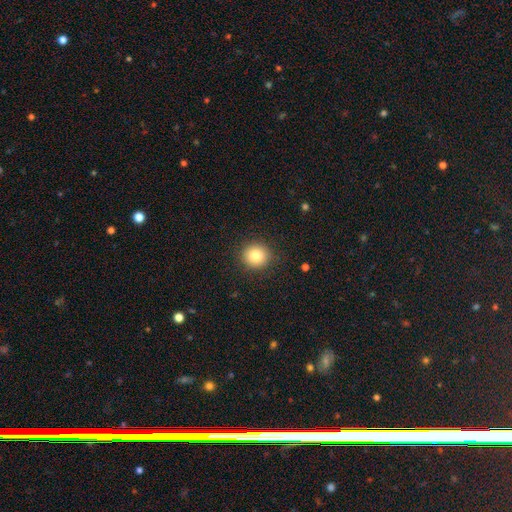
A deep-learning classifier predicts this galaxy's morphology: Smooth or featured? Predicted: smooth (p=0.82). How rounded? Predicted: round (p=0.91). Merging? Predicted: none (p=0.90).